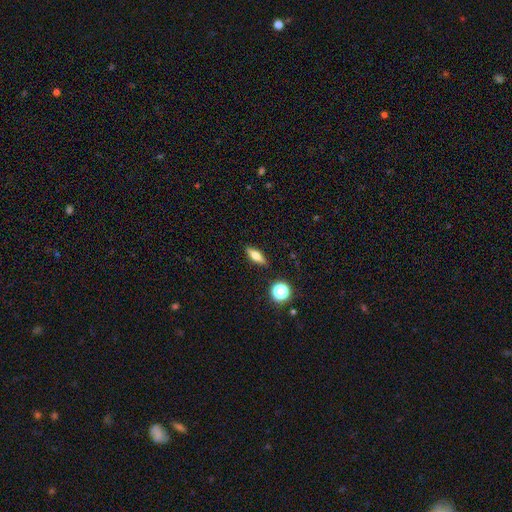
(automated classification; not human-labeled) Smooth or featured? smooth (55%)
How rounded? in between (48%)
Merging? none (89%)